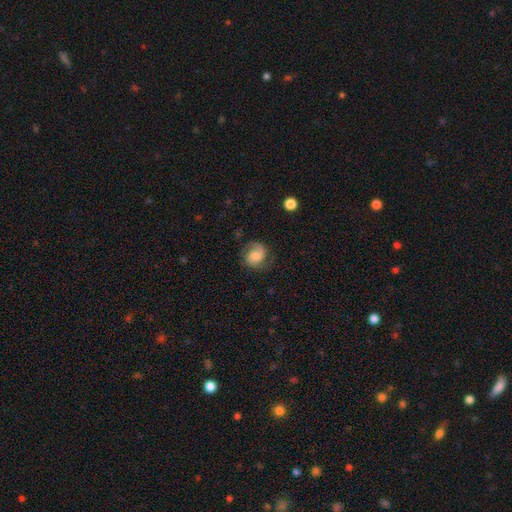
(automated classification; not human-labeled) smooth_or_featured: featured or disk (p=0.61) [alt: smooth p=0.30]
disk_edge_on: no (p=0.98) [alt: yes p=0.02]
bar: no (p=0.62) [alt: weak p=0.32]
has_spiral_arms: yes (p=0.93) [alt: no p=0.07]
spiral_winding: medium (p=0.46) [alt: tight p=0.29]
spiral_arm_count: 2 (p=0.71) [alt: 1 p=0.18]
bulge_size: moderate (p=0.39) [alt: small p=0.30]
merging: none (p=0.68) [alt: minor disturbance p=0.20]